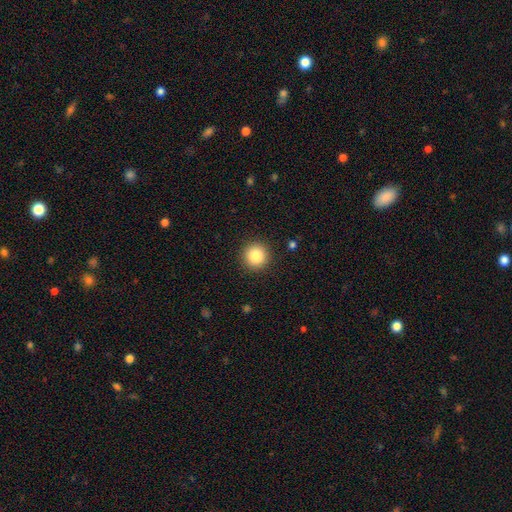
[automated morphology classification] smooth-or-featured: smooth: 85% | star or artifact: 10% | featured or disk: 6%
  how-rounded: round: 95% | in between: 4% | cigar-shaped: 1%
  merging: none: 91% | minor disturbance: 6% | major disturbance: 2% | merger: 1%